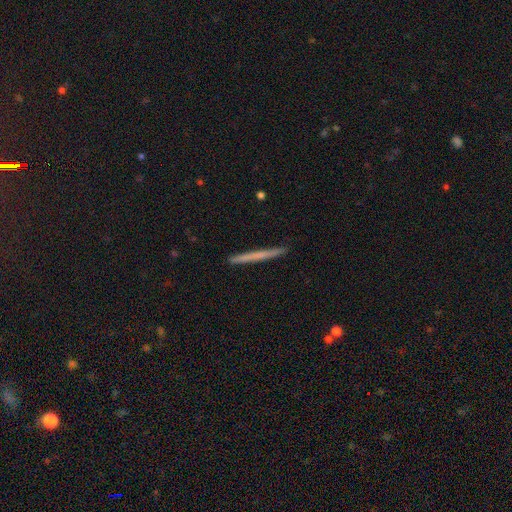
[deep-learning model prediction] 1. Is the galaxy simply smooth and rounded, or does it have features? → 54% smooth, 41% featured or disk, 6% star or artifact.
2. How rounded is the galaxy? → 97% cigar-shaped, 2% in between, 1% round.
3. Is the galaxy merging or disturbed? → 92% none, 6% minor disturbance, 1% major disturbance, 1% merger.